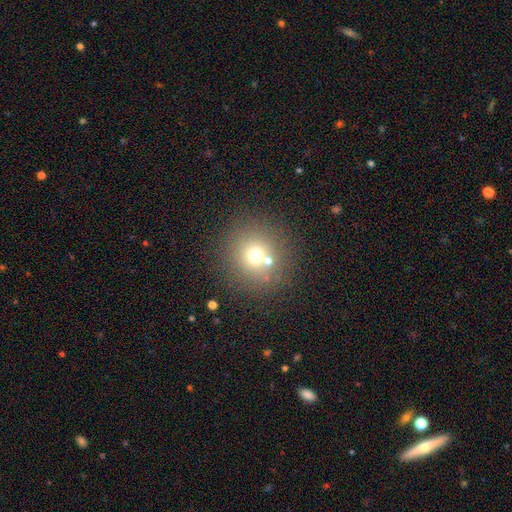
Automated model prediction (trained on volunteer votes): Smooth or featured? Predicted: smooth (p=0.66). How rounded? Predicted: round (p=0.91). Merging? Predicted: none (p=0.72).